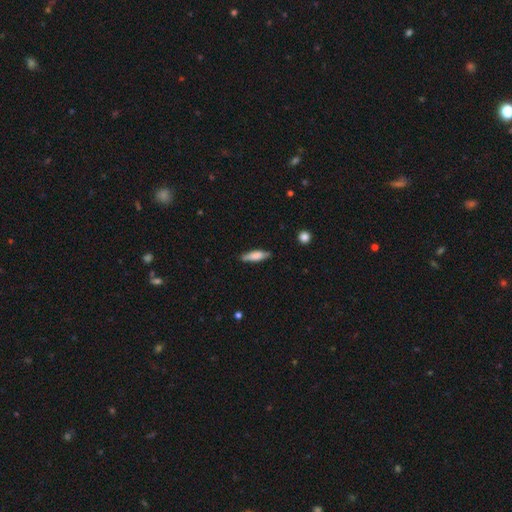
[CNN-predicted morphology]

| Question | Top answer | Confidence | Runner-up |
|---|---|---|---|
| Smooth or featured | smooth | 72% | featured or disk (22%) |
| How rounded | cigar-shaped | 60% | in between (38%) |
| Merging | none | 82% | minor disturbance (14%) |